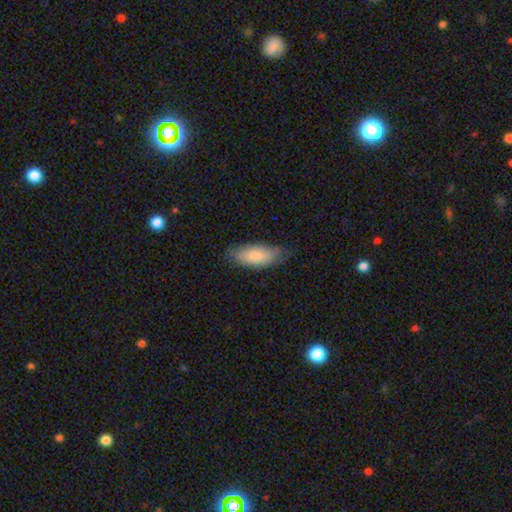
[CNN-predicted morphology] Overall: smooth (83%). How rounded: in between (79%). Merging: none (75%).